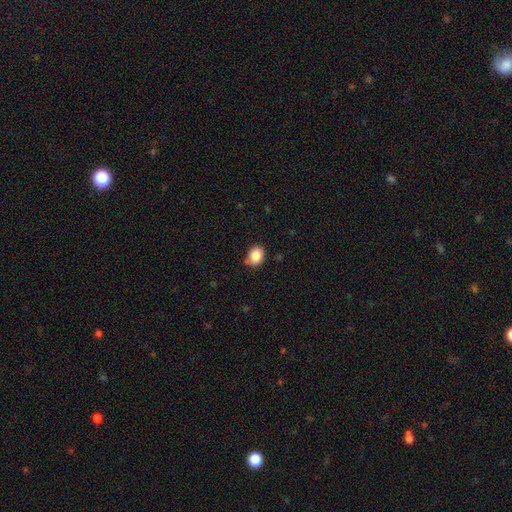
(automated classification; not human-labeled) The model was most divided on "how rounded": in between: 50%, round: 49%, cigar-shaped: 1%. More confident: smooth or featured — smooth (86%); merging — none (74%).